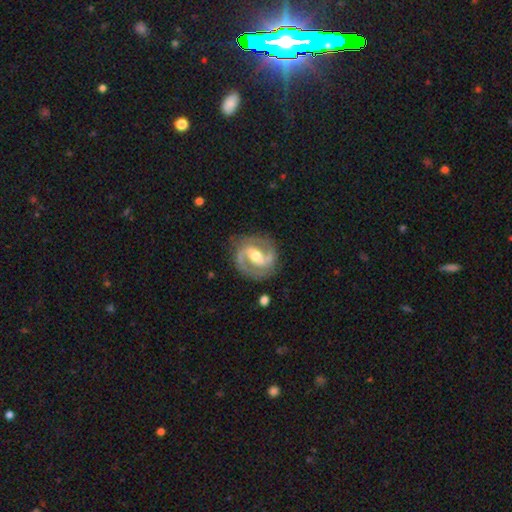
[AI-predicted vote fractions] This appears to be a featured or disk galaxy (89%) with a strong bar (49%), 2 (91%) medium (54%) spiral arms (95%) and a moderate central bulge (68%). Merging: none (82%).